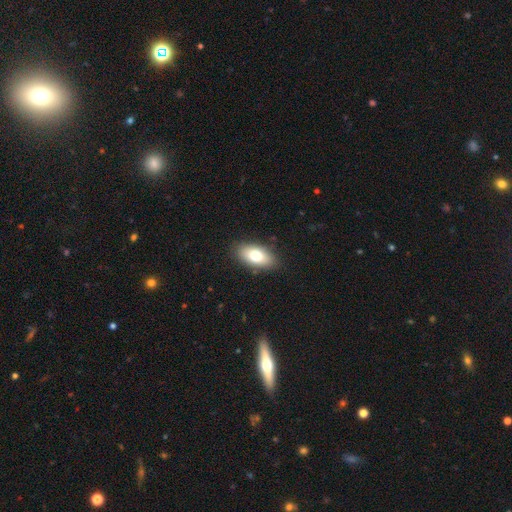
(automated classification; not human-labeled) Smooth or featured: smooth — 76% (featured or disk — 16%)
How rounded: in between — 91% (cigar-shaped — 5%)
Merging: none — 87% (minor disturbance — 10%)